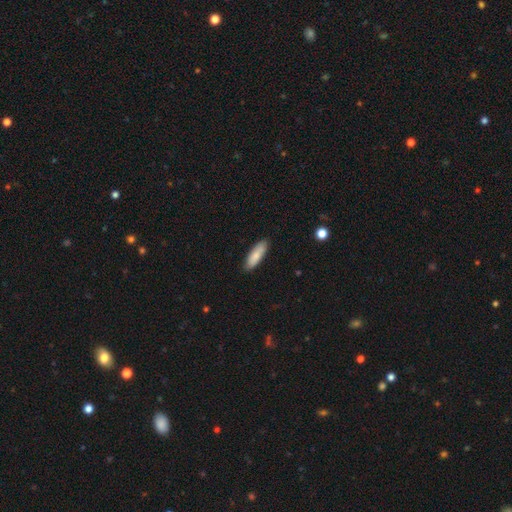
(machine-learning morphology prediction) Smooth or featured?
  - smooth: 83% *
  - featured or disk: 11%
  - star or artifact: 6%
How rounded?
  - in between: 52% *
  - cigar-shaped: 47%
  - round: 2%
Merging?
  - none: 87% *
  - minor disturbance: 10%
  - major disturbance: 2%
  - merger: 1%